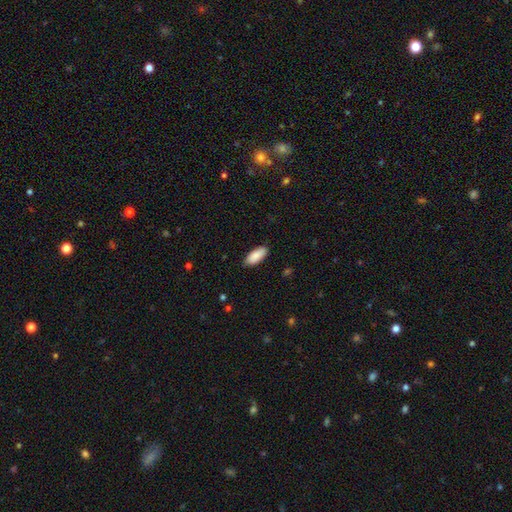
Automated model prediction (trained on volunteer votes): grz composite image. It shows a smooth galaxy with no disk features (89%) that is in between round and cigar-shaped (86%). Merging: none (88%).